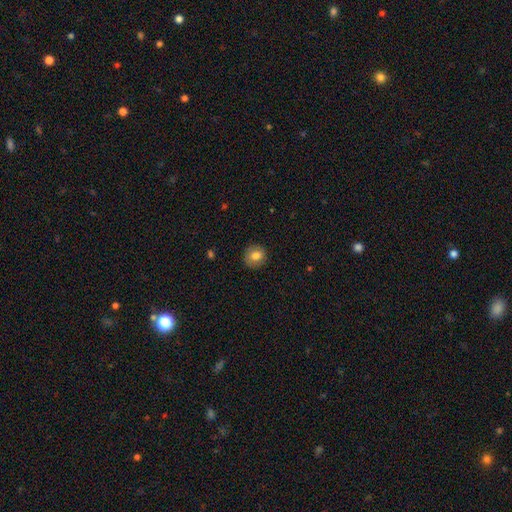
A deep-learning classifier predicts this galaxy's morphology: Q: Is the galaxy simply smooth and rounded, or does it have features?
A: smooth — 78%.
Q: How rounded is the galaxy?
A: round — 85%.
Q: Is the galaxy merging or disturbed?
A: none — 87%.